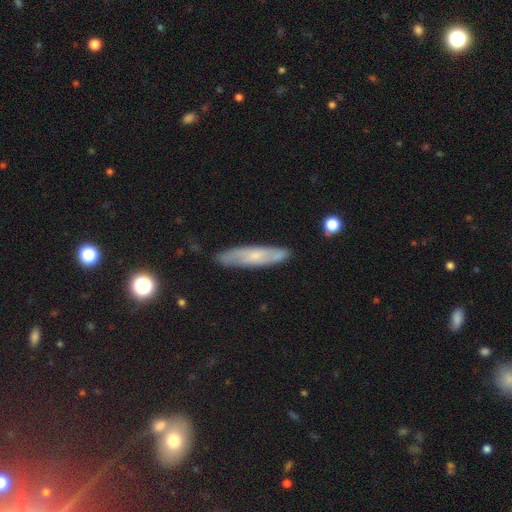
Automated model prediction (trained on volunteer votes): Smooth or featured? smooth (48%)
Merging? none (82%)